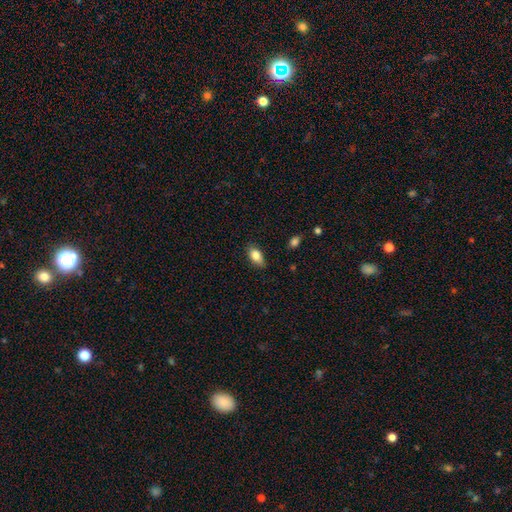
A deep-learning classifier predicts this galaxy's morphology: Smooth or featured? smooth (80%)
How rounded? in between (87%)
Merging? none (79%)